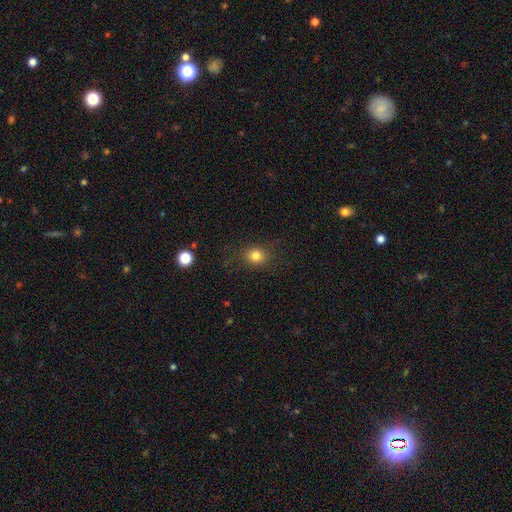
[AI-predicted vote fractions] A smooth galaxy with no disk features (79%) that is round (69%).

Vote fractions:
- Smooth or featured? smooth: 79% / star or artifact: 13% / featured or disk: 7%
- How rounded? round: 69% / in between: 30% / cigar-shaped: 1%
- Merging? none: 80% / minor disturbance: 13% / major disturbance: 6% / merger: 1%